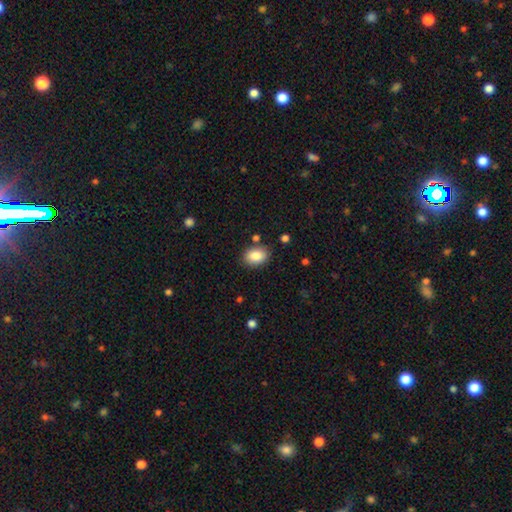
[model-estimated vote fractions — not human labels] This is clearly a smooth galaxy (85%). How rounded: likely in between (77%). Merging: clearly none (83%).